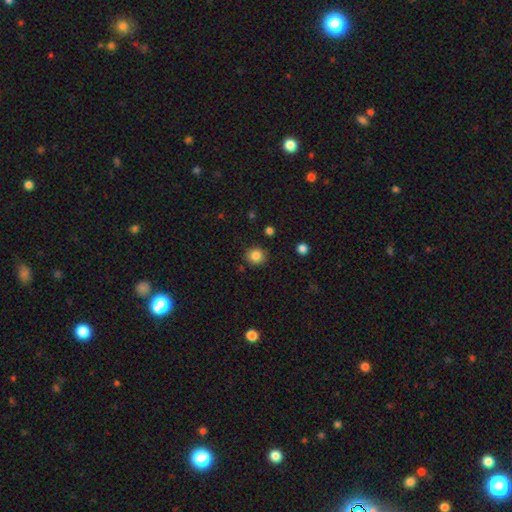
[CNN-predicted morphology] A smooth galaxy with no disk features (84%) that is round (87%). Merging: none (88%).